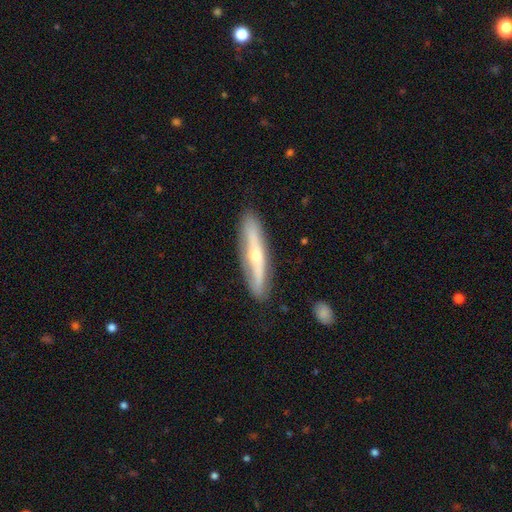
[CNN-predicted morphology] type=featured or disk (61%); edge-on=yes (75%); merging=none (85%).